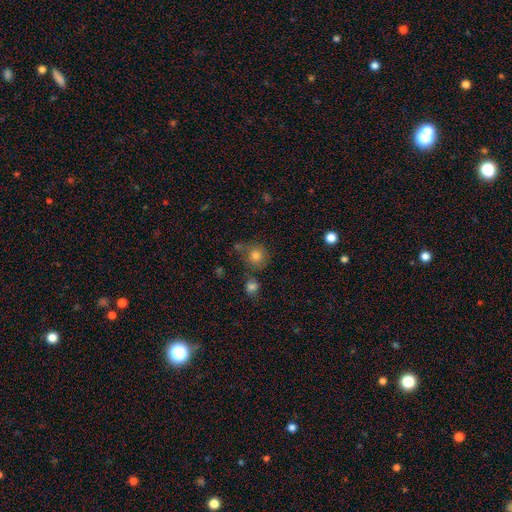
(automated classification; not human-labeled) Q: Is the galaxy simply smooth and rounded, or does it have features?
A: smooth — 79%.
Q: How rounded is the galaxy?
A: round — 88%.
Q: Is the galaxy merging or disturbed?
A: none — 63%.